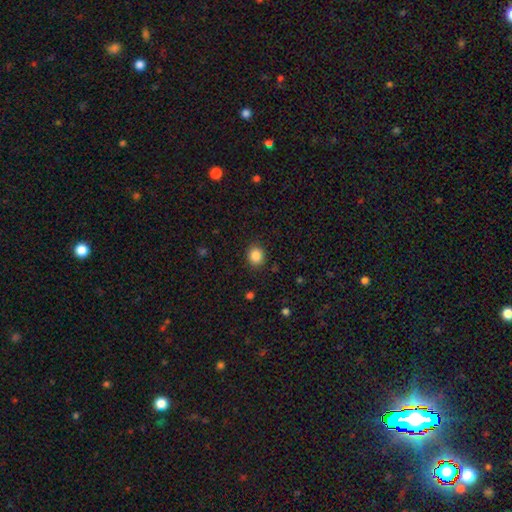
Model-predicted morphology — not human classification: Q: Smooth or featured?
A: smooth (86%); runner-up: star or artifact (10%)
Q: How rounded?
A: round (73%); runner-up: in between (26%)
Q: Merging?
A: none (89%); runner-up: minor disturbance (8%)